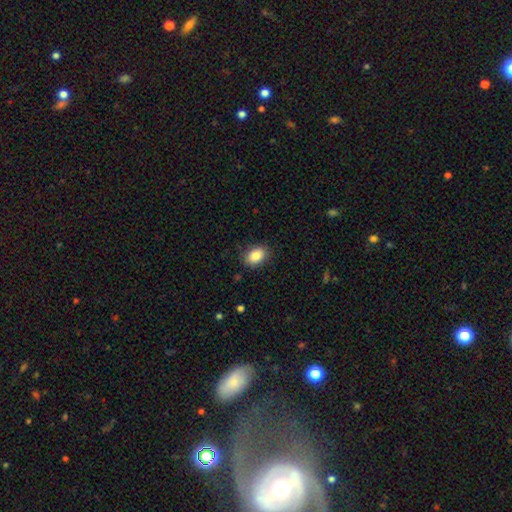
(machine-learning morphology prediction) smooth_or_featured: smooth (p=0.86) [alt: star or artifact p=0.08]
how_rounded: in between (p=0.76) [alt: round p=0.22]
merging: none (p=0.83) [alt: minor disturbance p=0.13]